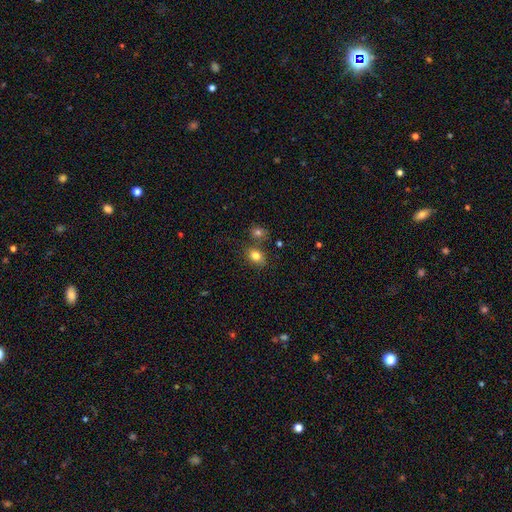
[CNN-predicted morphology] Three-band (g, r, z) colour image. It shows a smooth galaxy with no disk features (81%) that is in between round and cigar-shaped (58%). Merging: none (66%).